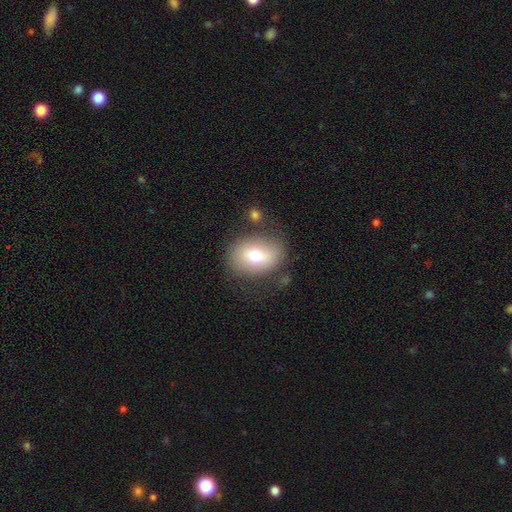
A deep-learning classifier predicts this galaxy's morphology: smooth 67%, featured or disk 23%, star or artifact 9%. Down the decision tree: how rounded — in between (55%); merging — none (73%).